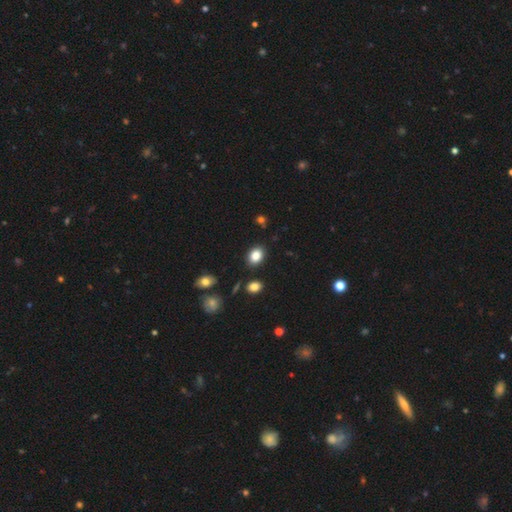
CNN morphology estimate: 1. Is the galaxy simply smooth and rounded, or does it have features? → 85% smooth, 9% star or artifact, 5% featured or disk.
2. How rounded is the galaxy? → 72% in between, 27% round, 1% cigar-shaped.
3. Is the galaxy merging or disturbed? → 86% none, 9% minor disturbance, 3% merger, 2% major disturbance.